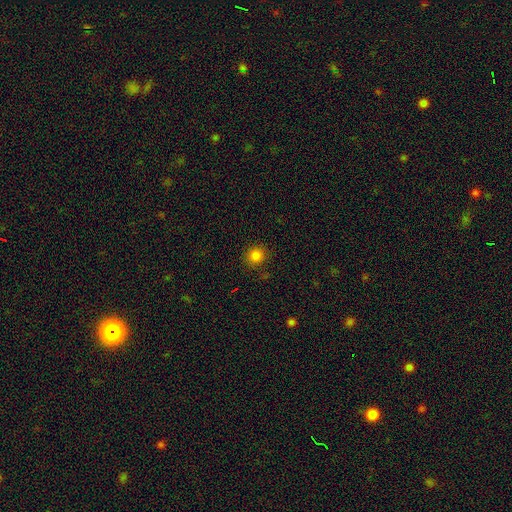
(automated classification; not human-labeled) smooth 82%, star or artifact 14%, featured or disk 4%. Down the decision tree: how rounded — round (88%); merging — none (87%).